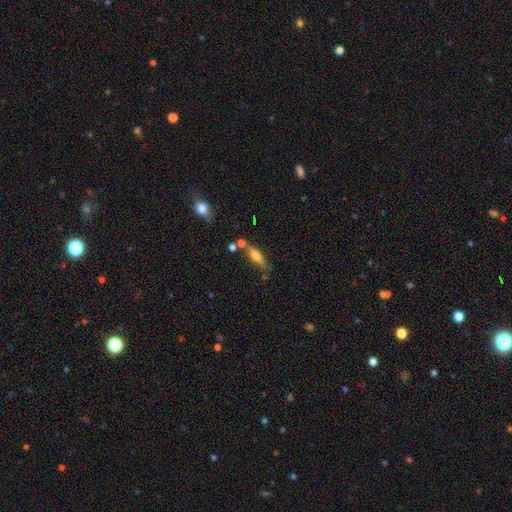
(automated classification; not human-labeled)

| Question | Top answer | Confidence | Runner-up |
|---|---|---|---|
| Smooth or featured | smooth | 55% | featured or disk (36%) |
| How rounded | cigar-shaped | 55% | in between (42%) |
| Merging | none | 64% | minor disturbance (16%) |